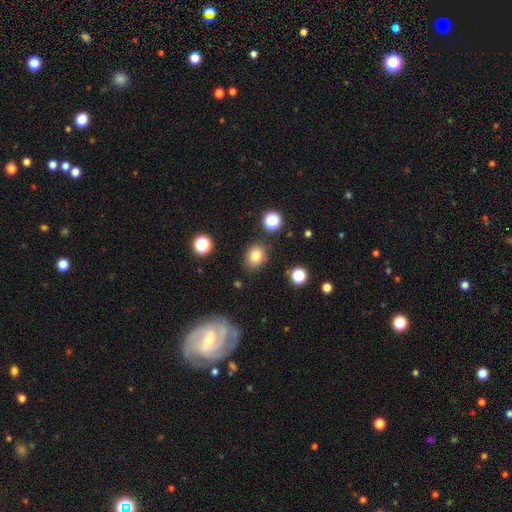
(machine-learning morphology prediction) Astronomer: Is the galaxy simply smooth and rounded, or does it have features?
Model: smooth — 79%.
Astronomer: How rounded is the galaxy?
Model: round — 57% (runner-up: in between, 42%).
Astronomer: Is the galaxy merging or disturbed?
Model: none — 84%.